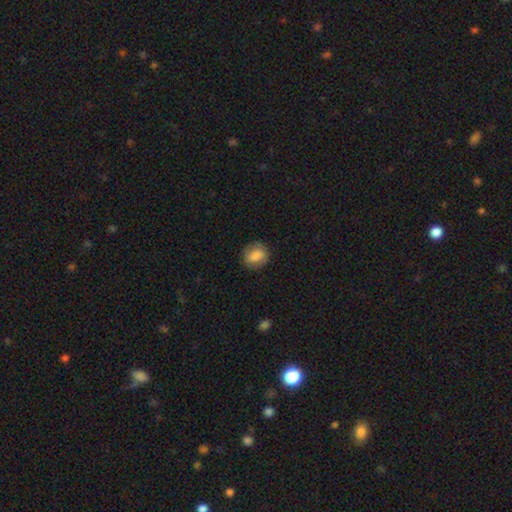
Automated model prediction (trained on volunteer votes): Overall: smooth (73%). How rounded: round (67%; in between 32%). Merging: none (80%).